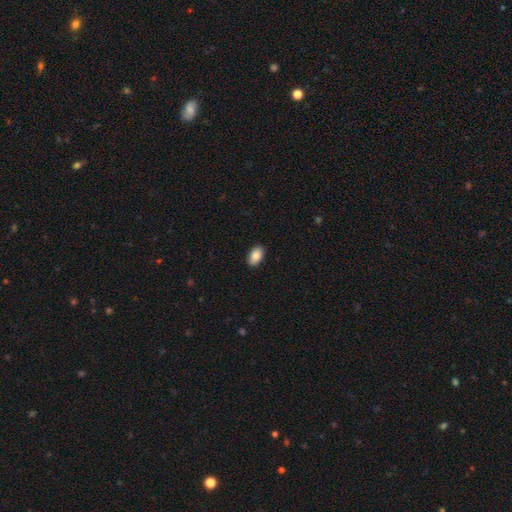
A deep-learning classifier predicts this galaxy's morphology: The model was most divided on "merging": none: 89%, minor disturbance: 8%, major disturbance: 2%, merger: 1%. More confident: how rounded — in between (92%); smooth or featured — smooth (87%).